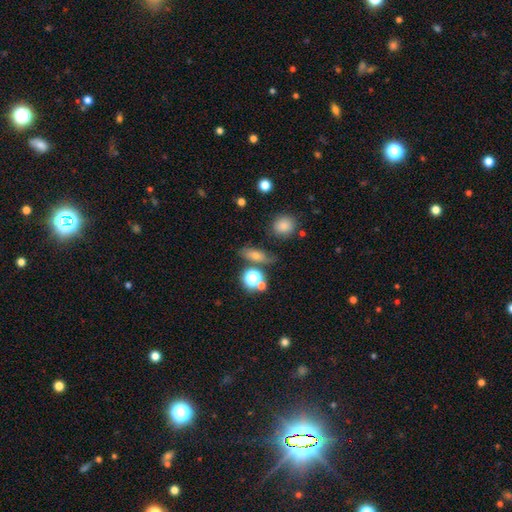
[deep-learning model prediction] This appears to be a smooth galaxy with no disk features (51%) that is in between round and cigar-shaped (52%). Merging: none (71%).